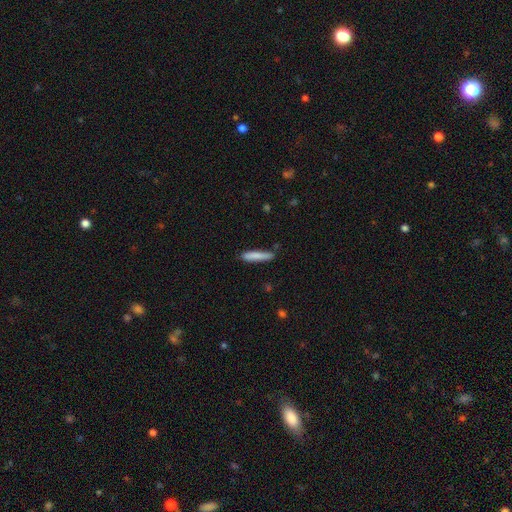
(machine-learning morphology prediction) Smooth or featured?
  - smooth: 82% *
  - featured or disk: 12%
  - star or artifact: 6%
How rounded?
  - cigar-shaped: 90% *
  - in between: 9%
  - round: 1%
Merging?
  - none: 83% *
  - minor disturbance: 13%
  - merger: 2%
  - major disturbance: 2%